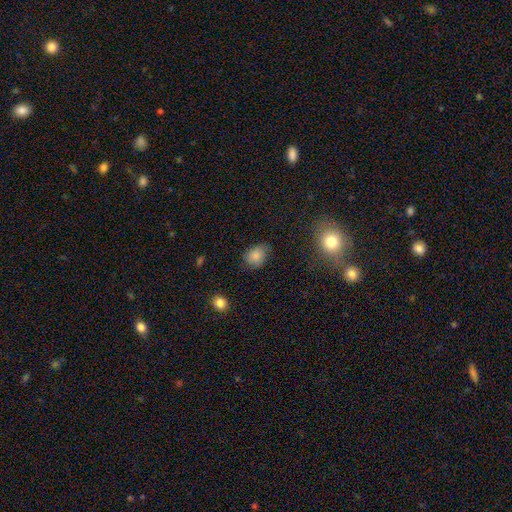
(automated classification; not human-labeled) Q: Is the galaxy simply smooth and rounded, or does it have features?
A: smooth — 83%.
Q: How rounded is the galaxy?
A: in between — 65%.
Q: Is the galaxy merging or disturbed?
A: none — 68%.